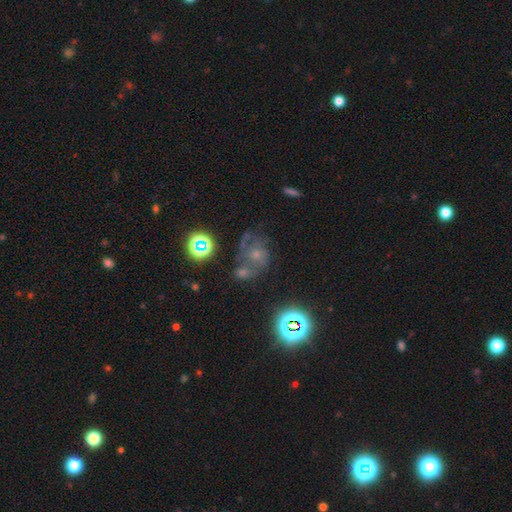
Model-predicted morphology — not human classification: A star or artifact, not a galaxy (36%).